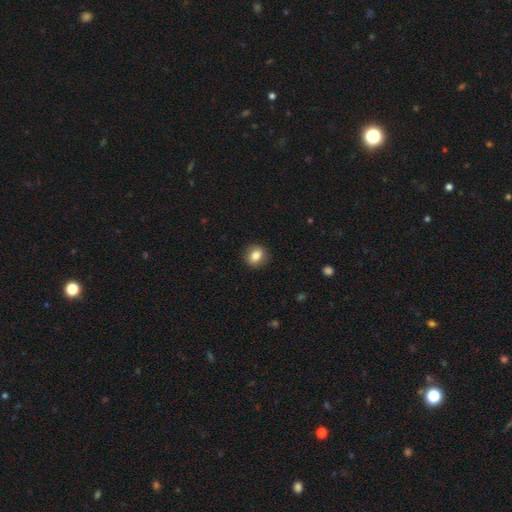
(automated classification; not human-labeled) This appears to be a smooth galaxy with no disk features (81%) that is round (66%). Merging: none (89%).